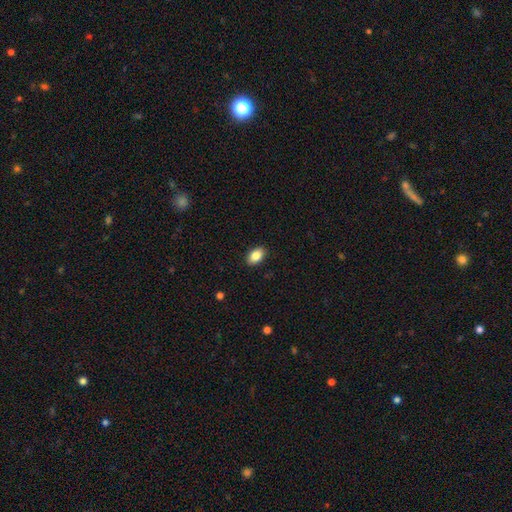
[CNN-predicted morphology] Smooth or featured: smooth — 86% (star or artifact — 8%)
How rounded: in between — 91% (round — 8%)
Merging: none — 90% (minor disturbance — 7%)